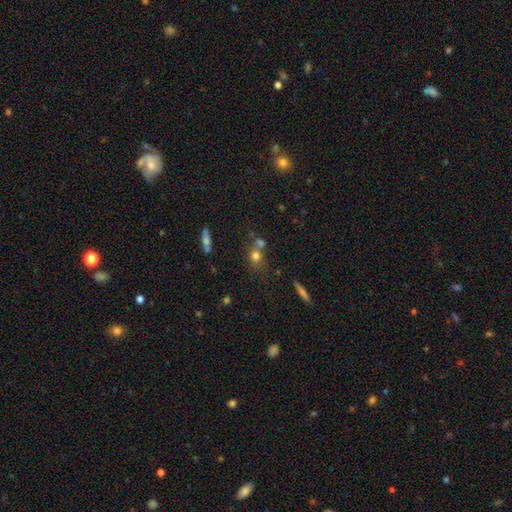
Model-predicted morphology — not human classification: This is likely a smooth galaxy (72%). How rounded: likely round (68%). Merging: possibly none (47%).